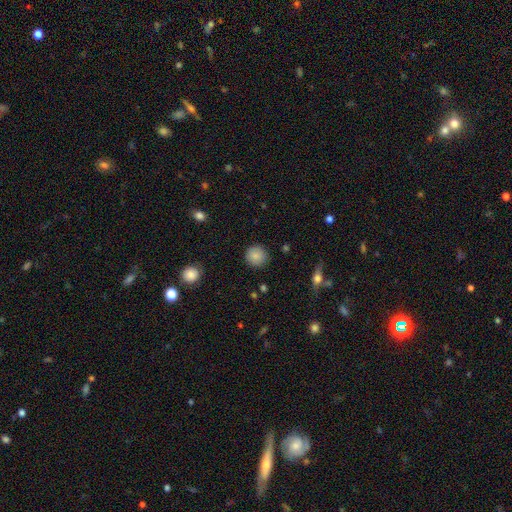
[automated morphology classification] This is clearly a smooth galaxy (84%). How rounded: clearly round (93%). Merging: clearly none (90%).